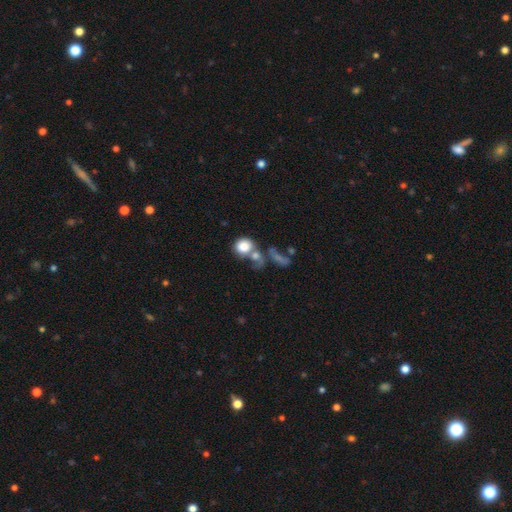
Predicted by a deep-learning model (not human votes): Morphology: type=smooth (72%); roundness=round (67%); merging=merger (48%).